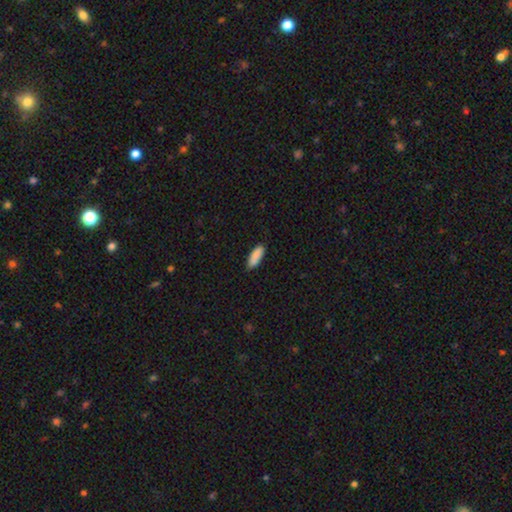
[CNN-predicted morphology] This appears to be a smooth galaxy with no disk features (88%) that is in between round and cigar-shaped (65%). Merging: none (81%).